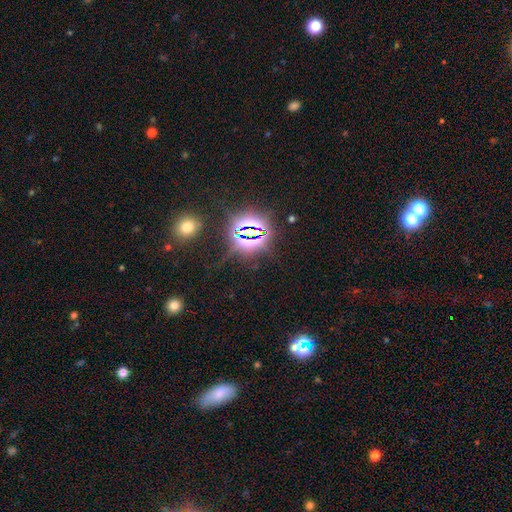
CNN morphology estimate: Overall: star or artifact (76%).